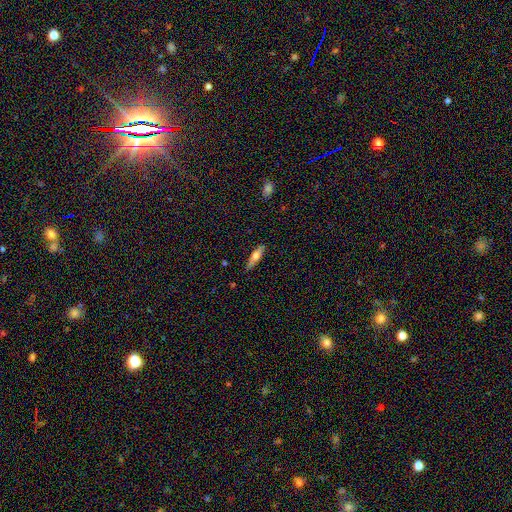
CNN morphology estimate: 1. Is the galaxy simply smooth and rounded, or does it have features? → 55% smooth, 39% featured or disk, 6% star or artifact.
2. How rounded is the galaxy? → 63% cigar-shaped, 34% in between, 2% round.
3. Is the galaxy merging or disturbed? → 85% none, 12% minor disturbance, 2% major disturbance, 1% merger.